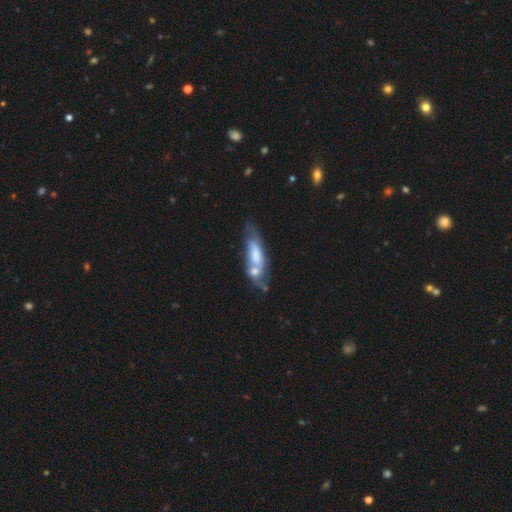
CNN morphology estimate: This appears to be a smooth galaxy with no disk features (47%). Merging: merger (36%).